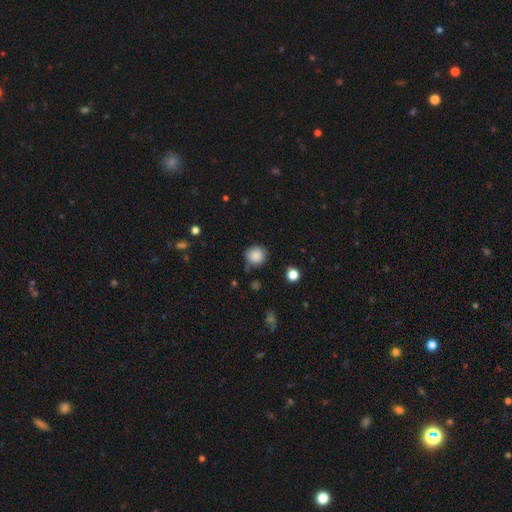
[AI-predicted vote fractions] Smooth or featured? smooth (86%)
How rounded? round (90%)
Merging? none (76%)